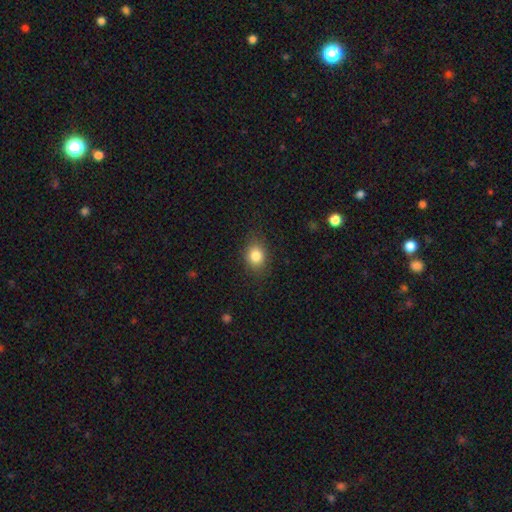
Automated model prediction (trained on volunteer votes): Smooth or featured: smooth — 83% (star or artifact — 10%)
How rounded: in between — 50% (round — 49%)
Merging: none — 82% (minor disturbance — 13%)